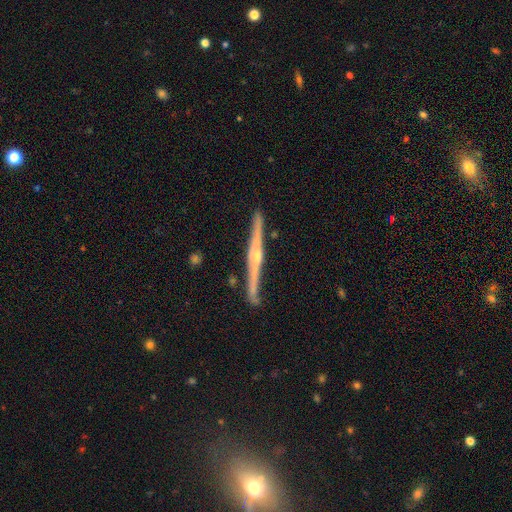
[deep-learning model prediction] This is clearly a featured or disk galaxy (83%). It is clearly viewed edge-on (98%). Edge-on bulge: clearly rounded (84%). Merging: clearly none (89%).